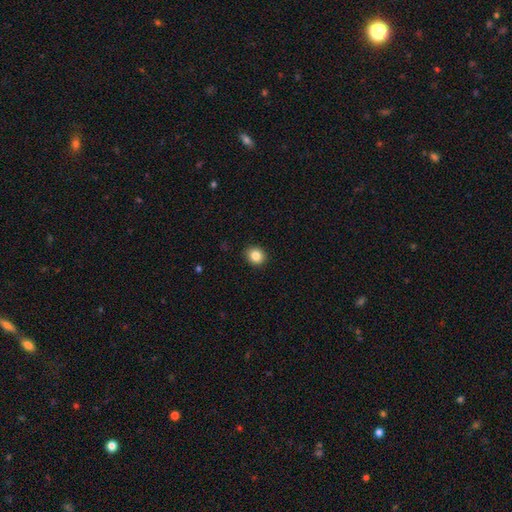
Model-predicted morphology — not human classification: smooth_or_featured: smooth (p=0.85) [alt: star or artifact p=0.10]
how_rounded: round (p=0.78) [alt: in between p=0.21]
merging: none (p=0.92) [alt: minor disturbance p=0.06]